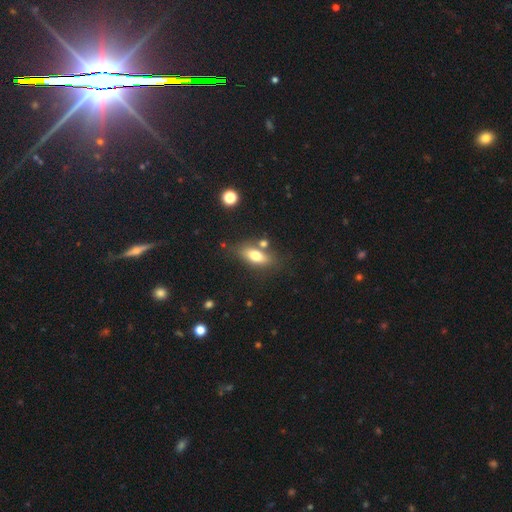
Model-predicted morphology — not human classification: Smooth or featured?
  - smooth: 72% *
  - featured or disk: 19%
  - star or artifact: 8%
How rounded?
  - in between: 78% *
  - cigar-shaped: 17%
  - round: 5%
Merging?
  - none: 68% *
  - minor disturbance: 14%
  - merger: 13%
  - major disturbance: 5%